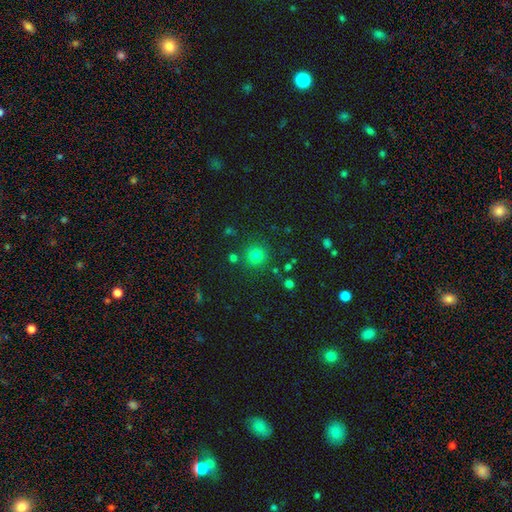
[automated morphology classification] This appears to be a smooth galaxy with no disk features (77%) that is round (94%). Merging: none (85%).